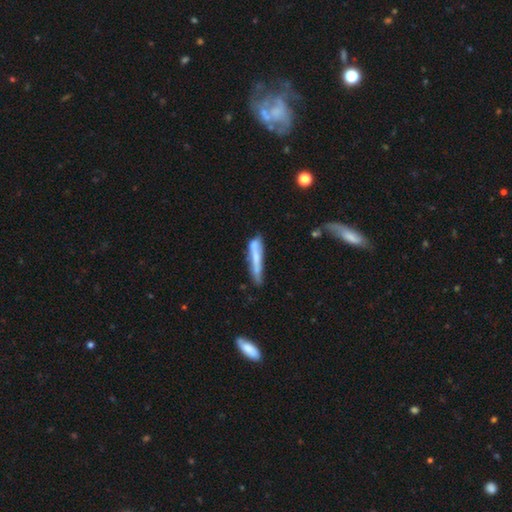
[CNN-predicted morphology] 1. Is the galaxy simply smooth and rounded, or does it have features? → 55% smooth, 38% featured or disk, 7% star or artifact.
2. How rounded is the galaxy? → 89% cigar-shaped, 9% in between, 1% round.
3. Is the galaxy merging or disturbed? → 48% none, 28% minor disturbance, 12% major disturbance, 11% merger.